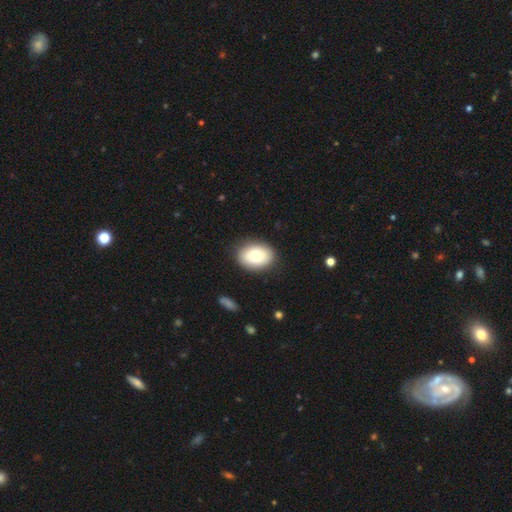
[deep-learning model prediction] Smooth or featured?
  - smooth: 76% *
  - featured or disk: 17%
  - star or artifact: 7%
How rounded?
  - in between: 77% *
  - round: 22%
  - cigar-shaped: 1%
Merging?
  - none: 87% *
  - minor disturbance: 9%
  - major disturbance: 3%
  - merger: 1%